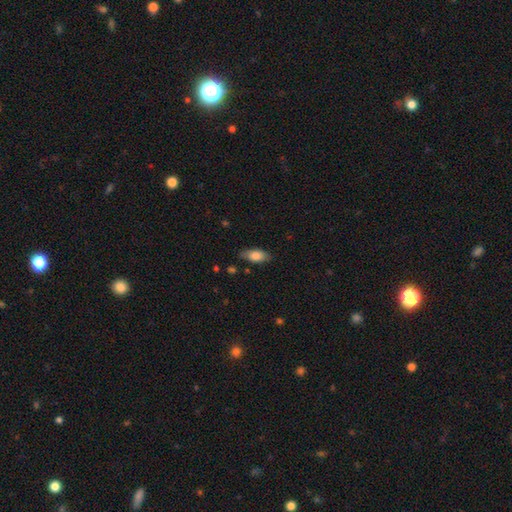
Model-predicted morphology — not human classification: type=smooth (77%); roundness=in between (87%); merging=none (76%).